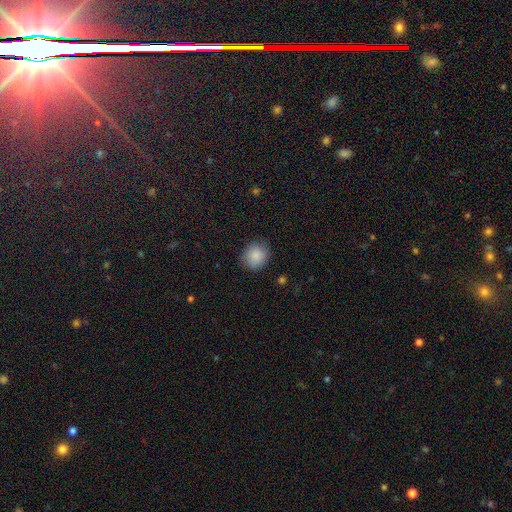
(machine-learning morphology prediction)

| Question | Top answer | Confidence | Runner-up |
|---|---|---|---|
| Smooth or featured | smooth | 87% | star or artifact (8%) |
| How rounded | round | 78% | in between (21%) |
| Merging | none | 83% | minor disturbance (13%) |